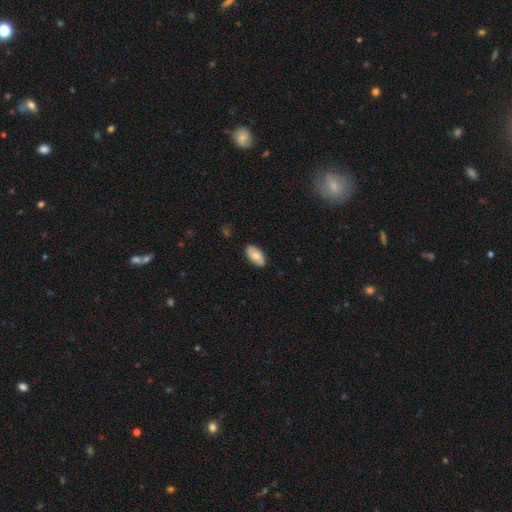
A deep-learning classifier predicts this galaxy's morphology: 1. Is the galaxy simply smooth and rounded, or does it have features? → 72% smooth, 22% featured or disk, 6% star or artifact.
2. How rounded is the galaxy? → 94% in between, 3% cigar-shaped, 3% round.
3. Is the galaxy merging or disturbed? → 85% none, 12% minor disturbance, 2% major disturbance, 1% merger.